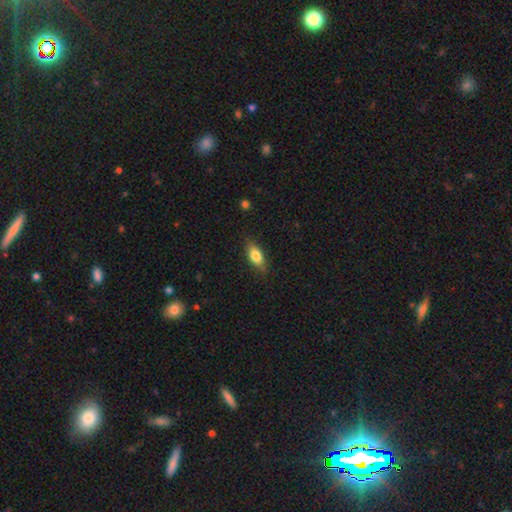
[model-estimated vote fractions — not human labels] This is likely a smooth galaxy (78%). How rounded: clearly in between (81%). Merging: clearly none (82%).